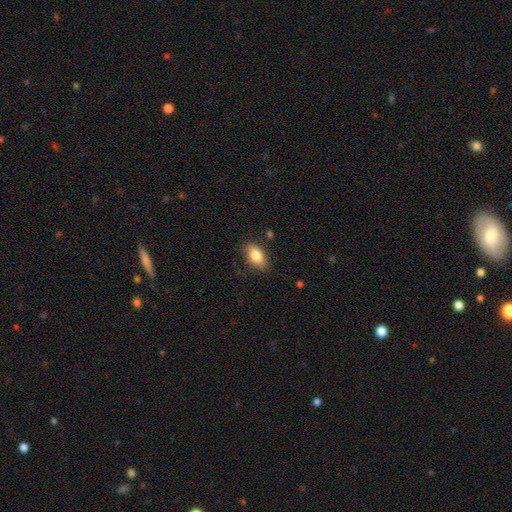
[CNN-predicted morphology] This appears to be a smooth galaxy with no disk features (83%) that is in between round and cigar-shaped (89%). Merging: none (83%).